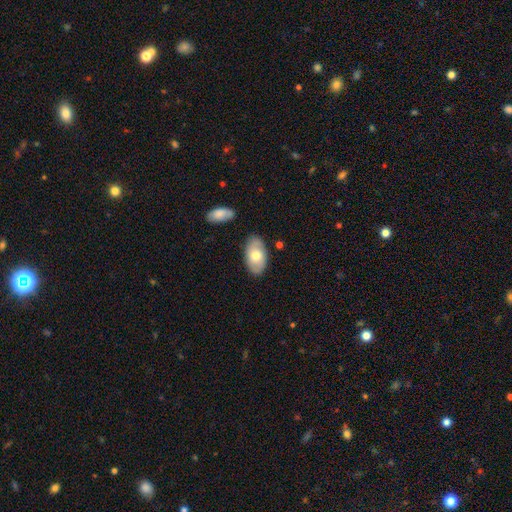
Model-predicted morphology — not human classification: Overall: smooth (67%; featured or disk 27%). How rounded: in between (94%). Merging: none (80%).